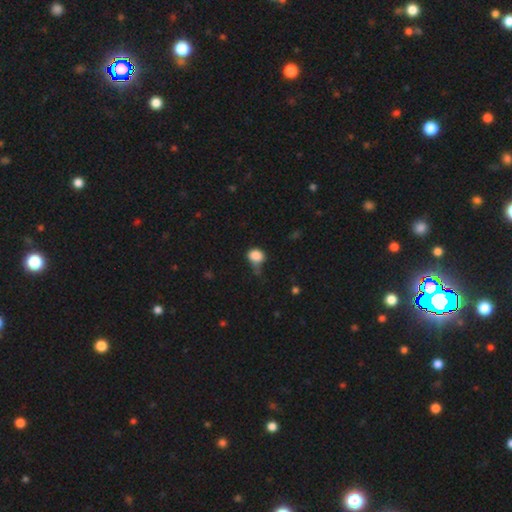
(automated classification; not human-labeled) Q: Smooth or featured?
A: smooth (85%); runner-up: star or artifact (10%)
Q: How rounded?
A: round (62%); runner-up: in between (37%)
Q: Merging?
A: none (49%); runner-up: minor disturbance (33%)